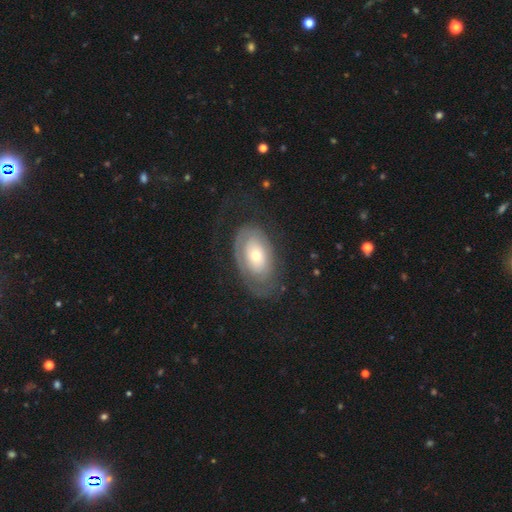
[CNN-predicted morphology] This appears to be a featured or disk galaxy (58%) with no bar (87%), no spiral arms (52%) and a moderate central bulge (50%). Merging: none (61%).